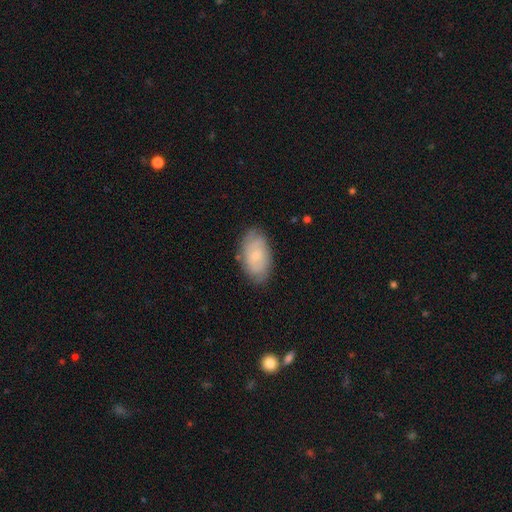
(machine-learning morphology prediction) The model was most divided on "smooth or featured": featured or disk: 55%, smooth: 37%, star or artifact: 7%. More confident: edge-on disk — no (95%); spiral arms — yes (83%); merging — none (77%); bulge size — small (67%); bar — no (60%).